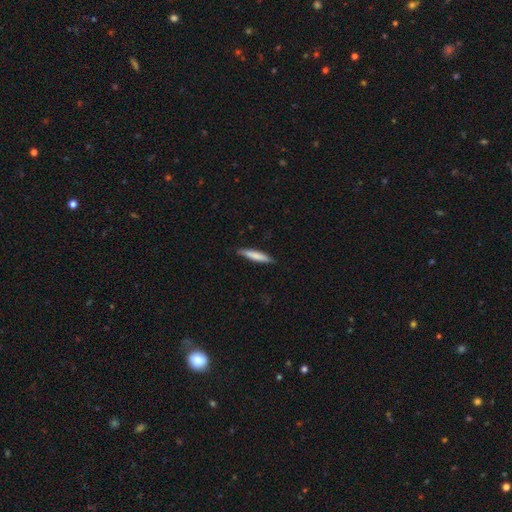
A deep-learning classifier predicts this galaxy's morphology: Overall: smooth (78%). How rounded: cigar-shaped (89%). Merging: none (87%).